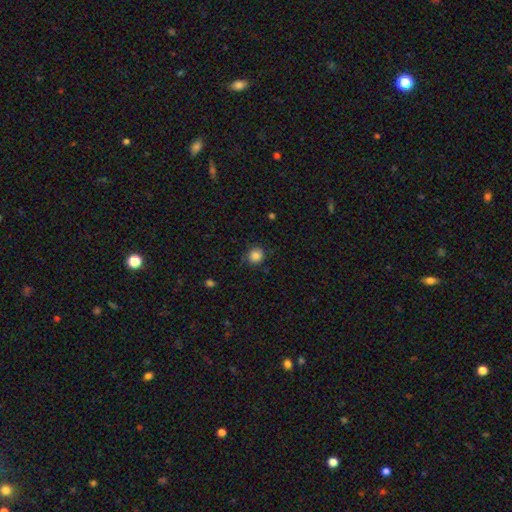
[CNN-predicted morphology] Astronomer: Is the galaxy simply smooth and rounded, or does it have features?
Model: smooth — 84%.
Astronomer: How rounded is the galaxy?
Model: round — 88%.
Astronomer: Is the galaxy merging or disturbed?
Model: none — 82%.